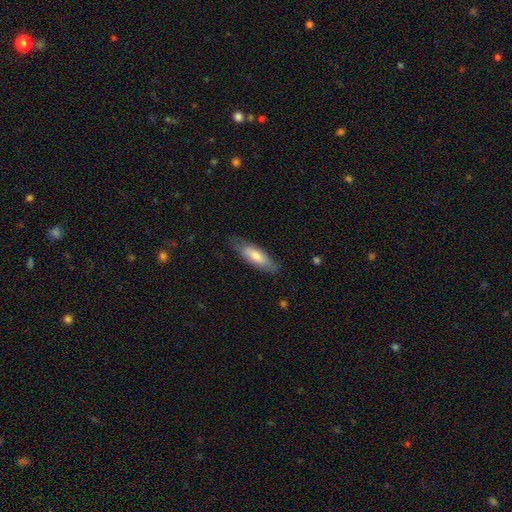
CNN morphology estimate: This appears to be a smooth galaxy with no disk features (62%) that is cigar-shaped (49%, tied with in between). Merging: none (78%).